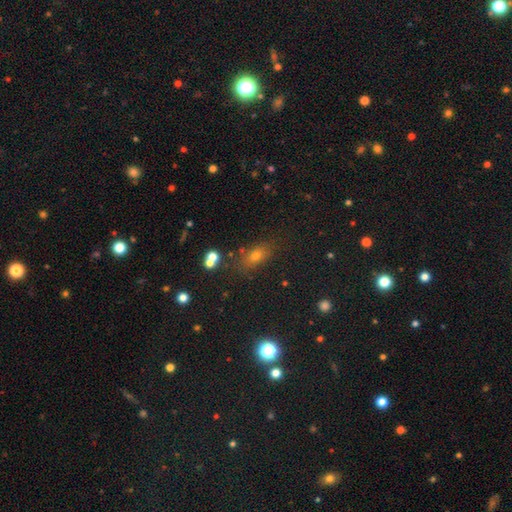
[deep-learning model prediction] This appears to be a smooth galaxy with no disk features (65%) that is in between round and cigar-shaped (69%). Merging: none (77%).